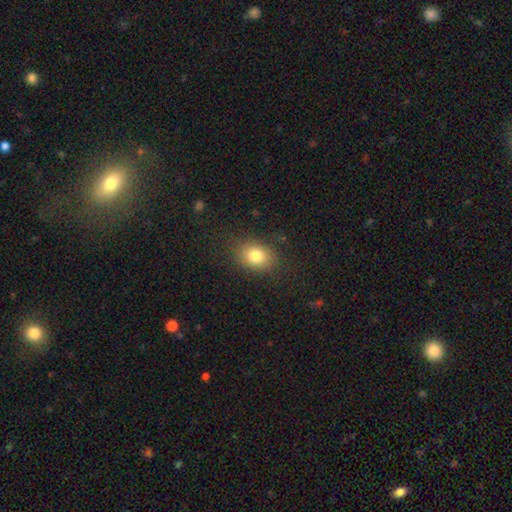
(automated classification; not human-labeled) Q: Smooth or featured?
A: smooth (80%); runner-up: star or artifact (10%)
Q: How rounded?
A: in between (65%); runner-up: round (33%)
Q: Merging?
A: none (82%); runner-up: minor disturbance (12%)